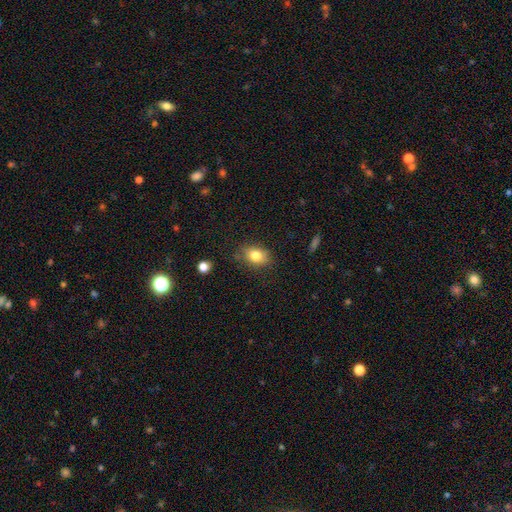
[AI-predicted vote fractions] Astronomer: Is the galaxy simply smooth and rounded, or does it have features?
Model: smooth — 80%.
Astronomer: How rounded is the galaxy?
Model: in between — 67%.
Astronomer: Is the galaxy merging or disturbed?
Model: none — 78%.